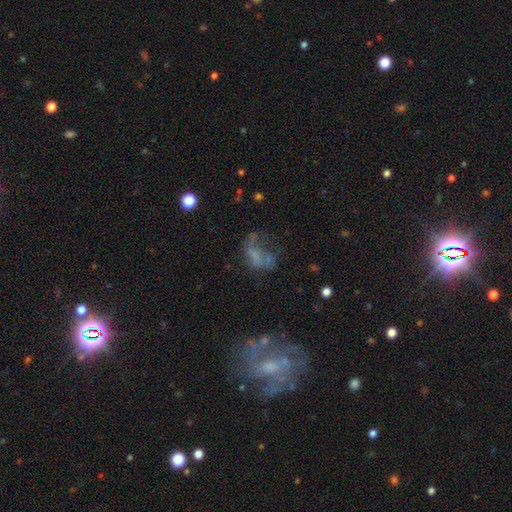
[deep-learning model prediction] featured or disk 41%, smooth 38%, star or artifact 21%. Down the decision tree: merging — major disturbance (42%).